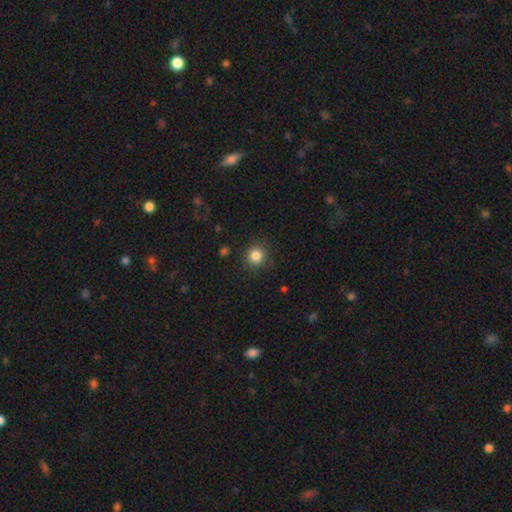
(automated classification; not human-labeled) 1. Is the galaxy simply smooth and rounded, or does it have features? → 84% smooth, 11% star or artifact, 5% featured or disk.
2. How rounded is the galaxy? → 92% round, 7% in between, 1% cigar-shaped.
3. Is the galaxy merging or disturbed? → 87% none, 9% minor disturbance, 3% major disturbance, 1% merger.